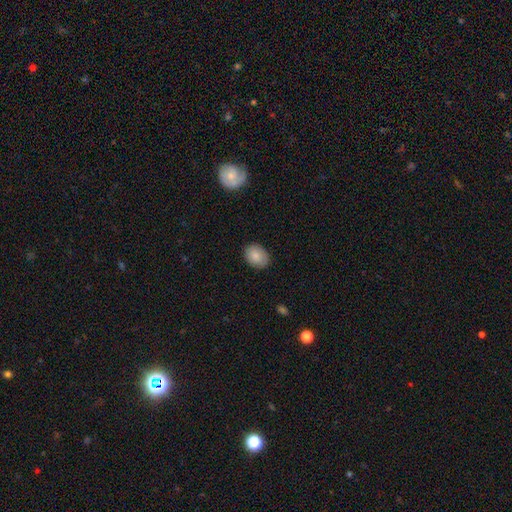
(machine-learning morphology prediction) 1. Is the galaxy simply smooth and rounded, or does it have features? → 85% smooth, 7% star or artifact, 7% featured or disk.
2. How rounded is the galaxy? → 68% in between, 31% round, 1% cigar-shaped.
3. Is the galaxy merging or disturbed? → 86% none, 11% minor disturbance, 2% major disturbance, 1% merger.